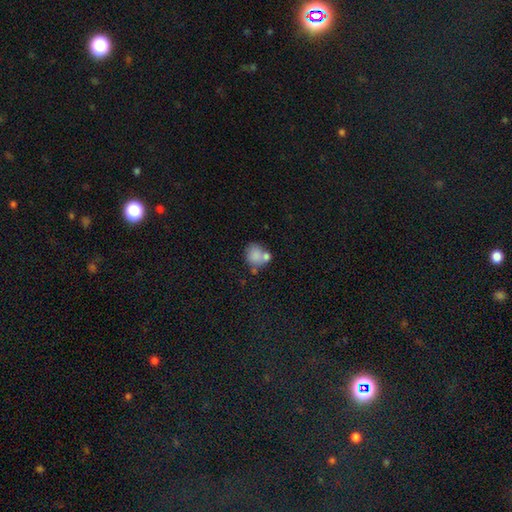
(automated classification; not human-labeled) smooth 78%, featured or disk 13%, star or artifact 9%. Down the decision tree: how rounded — round (67%); merging — none (42%).